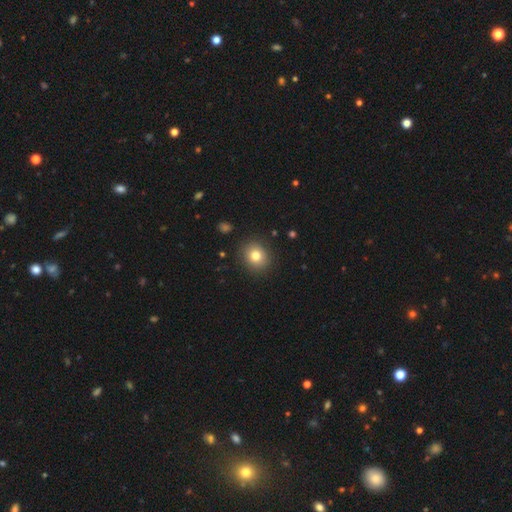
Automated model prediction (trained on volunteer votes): Overall: smooth (79%). How rounded: round (79%). Merging: none (90%).